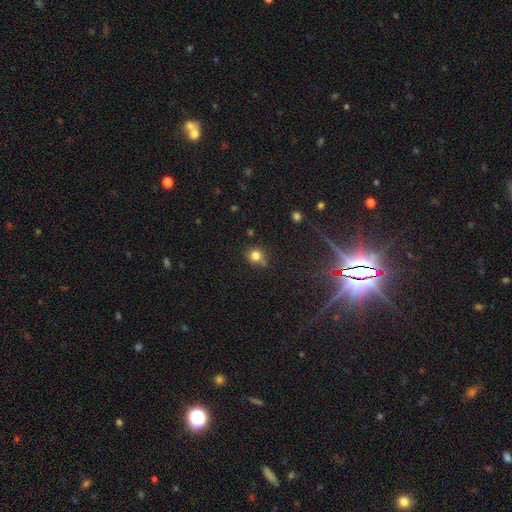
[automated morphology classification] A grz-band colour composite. It shows a smooth galaxy with no disk features (80%) that is round (88%). Merging: none (73%).